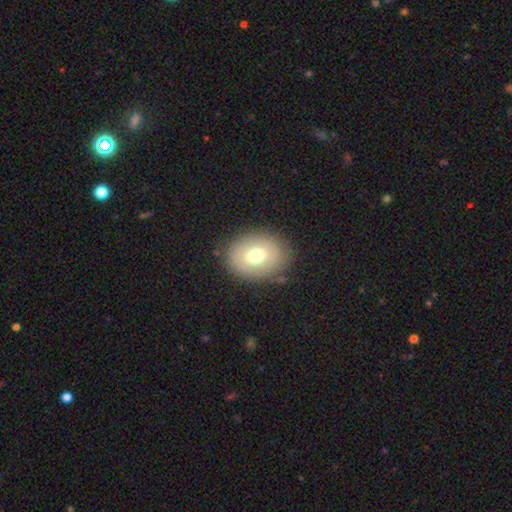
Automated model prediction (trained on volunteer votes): Smooth or featured: smooth — 65% (featured or disk — 26%)
How rounded: in between — 57% (round — 42%)
Merging: none — 84% (minor disturbance — 11%)